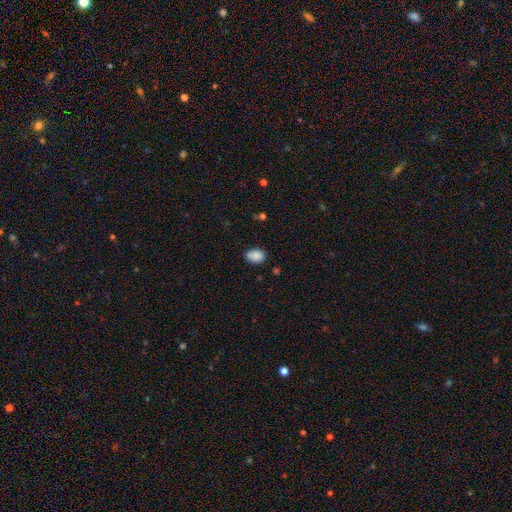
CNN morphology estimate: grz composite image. It shows a smooth galaxy with no disk features (87%) that is in between round and cigar-shaped (78%). Merging: none (73%).